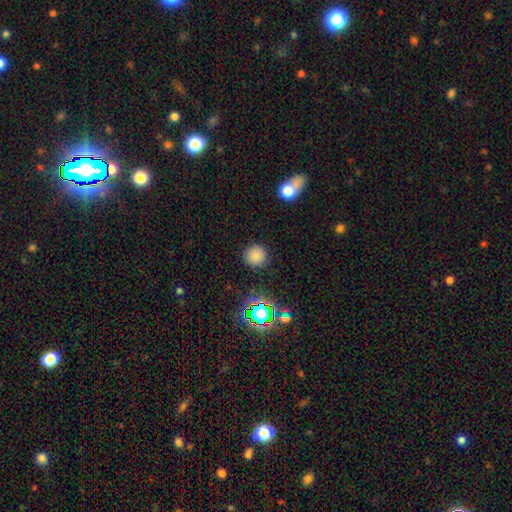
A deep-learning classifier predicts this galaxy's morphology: Smooth or featured? smooth (79%)
How rounded? round (94%)
Merging? none (89%)